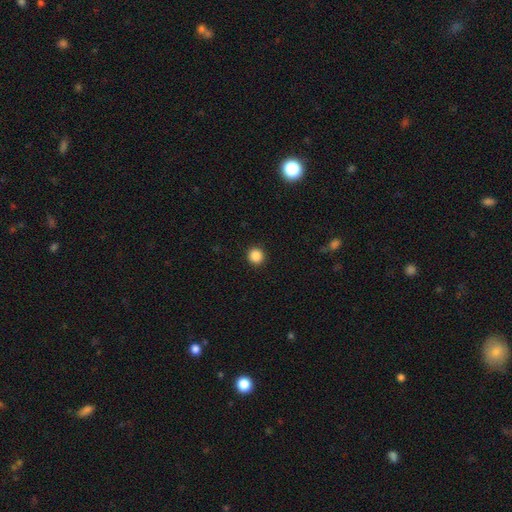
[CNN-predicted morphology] A smooth galaxy with no disk features (88%) that is round (94%).

Vote fractions:
- Smooth or featured? smooth: 88% / star or artifact: 10% / featured or disk: 2%
- How rounded? round: 94% / in between: 5% / cigar-shaped: 1%
- Merging? none: 93% / minor disturbance: 4% / major disturbance: 2% / merger: 1%